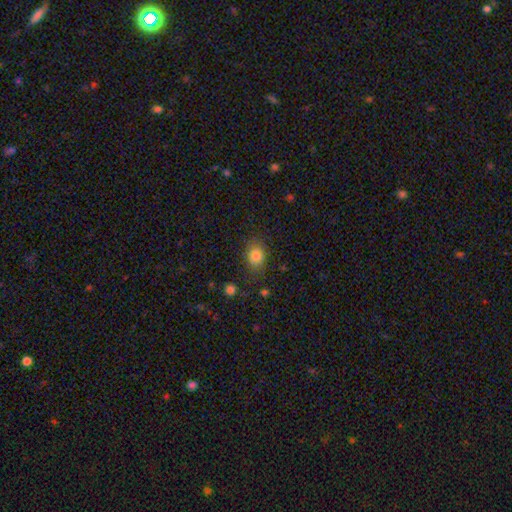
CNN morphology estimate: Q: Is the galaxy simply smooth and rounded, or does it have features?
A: smooth — 83%.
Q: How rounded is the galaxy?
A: in between — 58%.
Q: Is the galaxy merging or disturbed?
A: none — 79%.